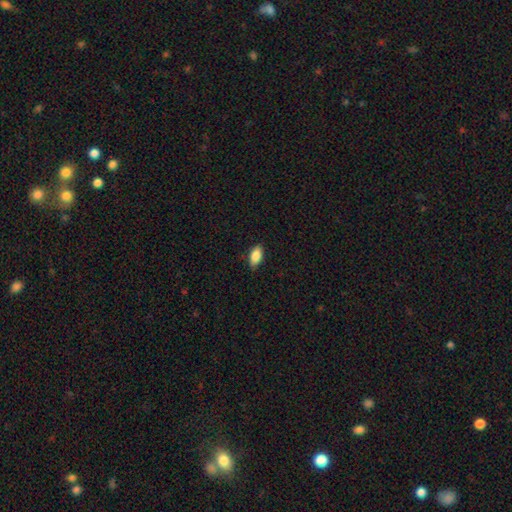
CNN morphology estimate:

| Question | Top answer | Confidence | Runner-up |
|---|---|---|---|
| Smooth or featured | smooth | 86% | featured or disk (7%) |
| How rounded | in between | 91% | cigar-shaped (6%) |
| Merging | none | 85% | minor disturbance (12%) |